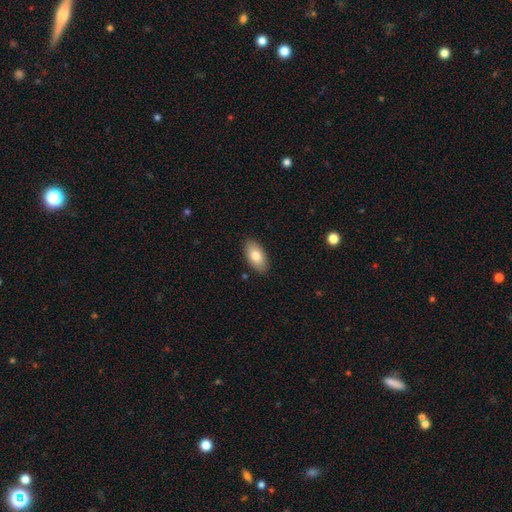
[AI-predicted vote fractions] A smooth galaxy with no disk features (80%) that is in between round and cigar-shaped (93%). Merging: none (88%).